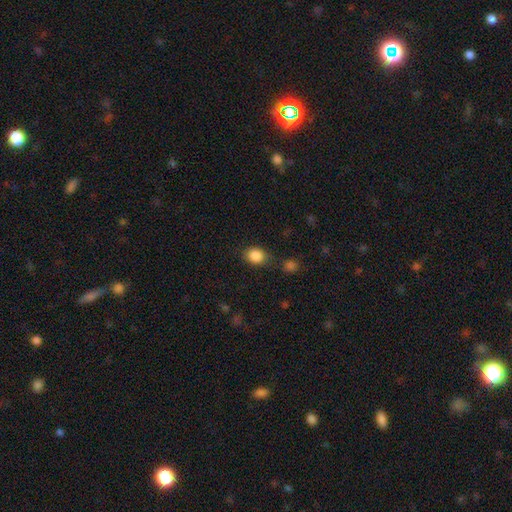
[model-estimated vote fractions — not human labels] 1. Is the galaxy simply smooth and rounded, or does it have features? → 86% smooth, 9% star or artifact, 4% featured or disk.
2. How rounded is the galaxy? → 50% in between, 49% round, 1% cigar-shaped.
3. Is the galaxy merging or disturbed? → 74% none, 15% minor disturbance, 6% merger, 5% major disturbance.